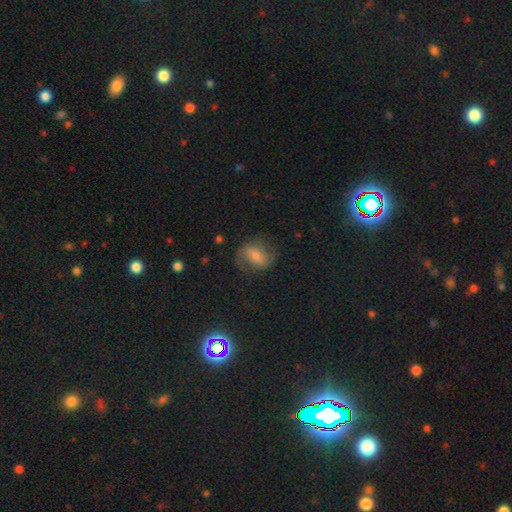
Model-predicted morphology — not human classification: This is possibly a featured or disk galaxy (59%). It is clearly not viewed edge-on (96%). Bar: marginally weak (42%). Spiral arm pattern: clearly yes (86%). Central bulge: possibly small (47%). Merging: likely none (69%).